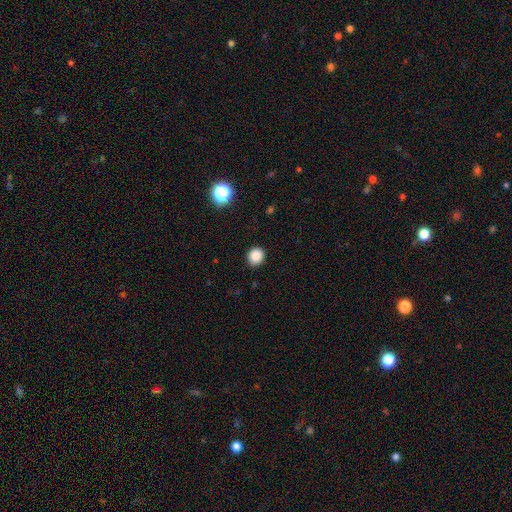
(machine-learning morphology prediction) smooth-or-featured: smooth: 86% | star or artifact: 11% | featured or disk: 3%
  how-rounded: round: 85% | in between: 14% | cigar-shaped: 1%
  merging: none: 88% | minor disturbance: 9% | major disturbance: 2% | merger: 1%